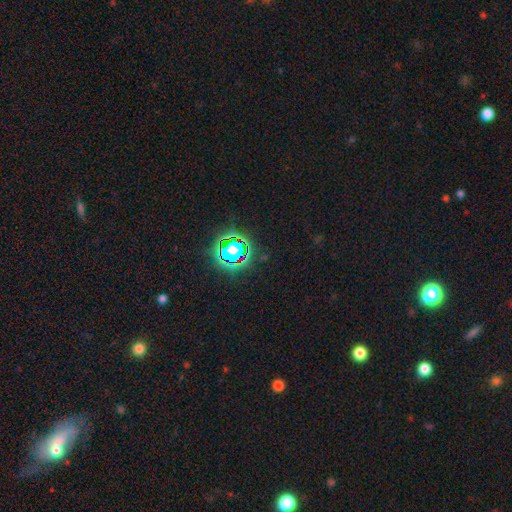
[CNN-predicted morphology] Overall: star or artifact (79%).